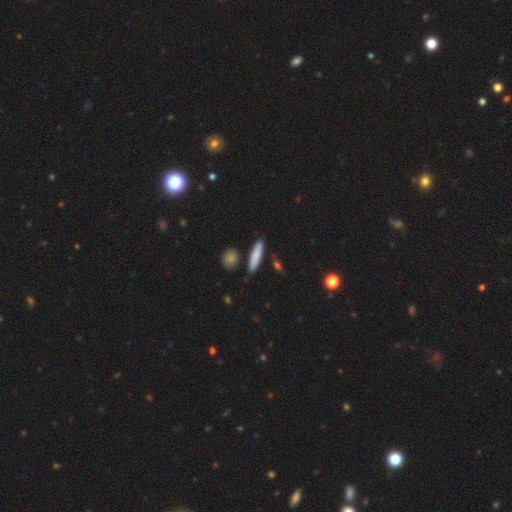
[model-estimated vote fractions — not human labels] Q: Smooth or featured?
A: smooth (81%); runner-up: featured or disk (13%)
Q: How rounded?
A: cigar-shaped (83%); runner-up: in between (15%)
Q: Merging?
A: none (86%); runner-up: minor disturbance (8%)